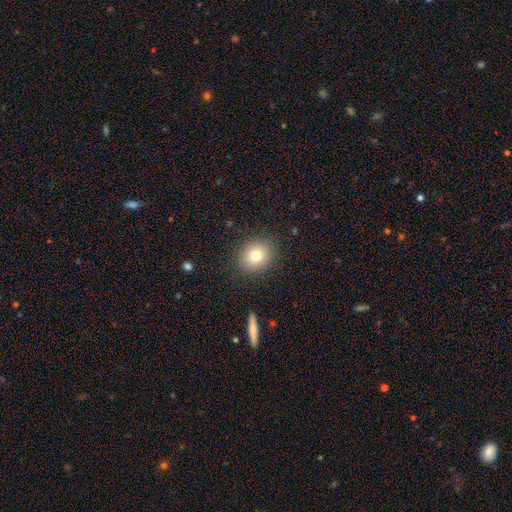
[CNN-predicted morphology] Smooth or featured?
  - smooth: 78% *
  - star or artifact: 12%
  - featured or disk: 10%
How rounded?
  - round: 77% *
  - in between: 22%
  - cigar-shaped: 1%
Merging?
  - none: 88% *
  - minor disturbance: 8%
  - major disturbance: 3%
  - merger: 1%